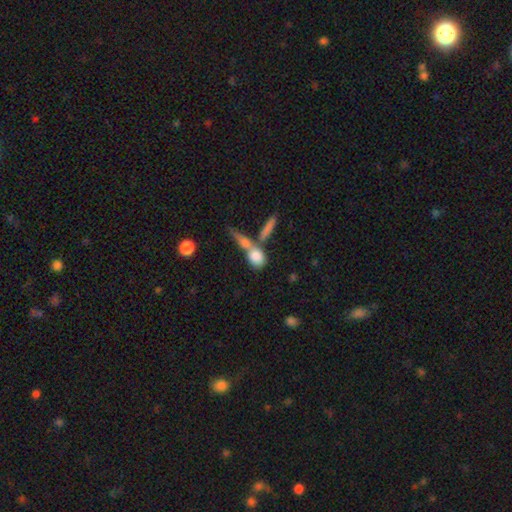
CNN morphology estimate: Smooth or featured?
  - smooth: 77% *
  - featured or disk: 15%
  - star or artifact: 8%
How rounded?
  - in between: 51% *
  - round: 32%
  - cigar-shaped: 17%
Merging?
  - merger: 51% *
  - none: 34%
  - minor disturbance: 9%
  - major disturbance: 6%